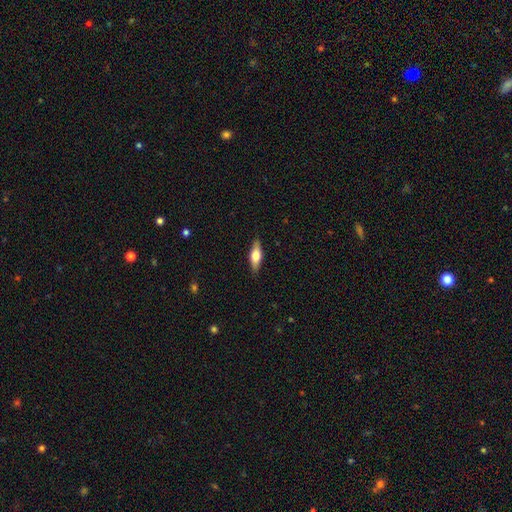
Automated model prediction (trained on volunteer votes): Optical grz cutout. It shows a smooth galaxy with no disk features (58%) that is in between round and cigar-shaped (60%). Merging: none (87%).